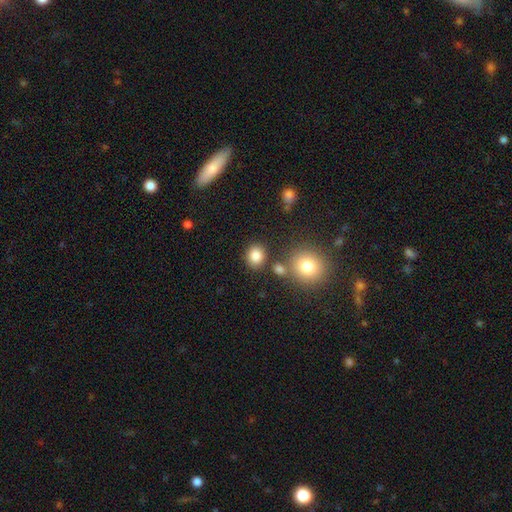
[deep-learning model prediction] smooth 85%, star or artifact 10%, featured or disk 5%. Down the decision tree: how rounded — round (67%); merging — none (79%).